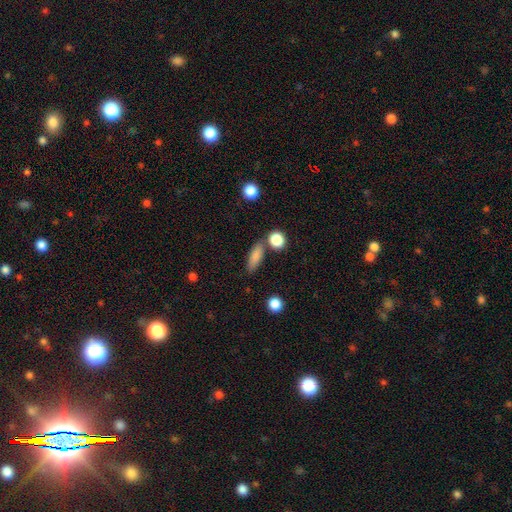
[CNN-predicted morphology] Smooth or featured: smooth — 82% (featured or disk — 10%)
How rounded: in between — 57% (cigar-shaped — 37%)
Merging: none — 73% (minor disturbance — 13%)